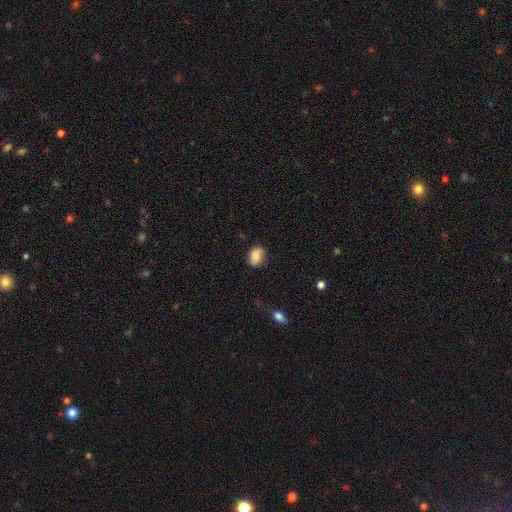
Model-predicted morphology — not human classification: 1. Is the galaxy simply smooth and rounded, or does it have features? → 70% smooth, 21% featured or disk, 9% star or artifact.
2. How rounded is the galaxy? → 69% in between, 30% round, 1% cigar-shaped.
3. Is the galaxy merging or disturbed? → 70% none, 23% minor disturbance, 6% major disturbance, 2% merger.